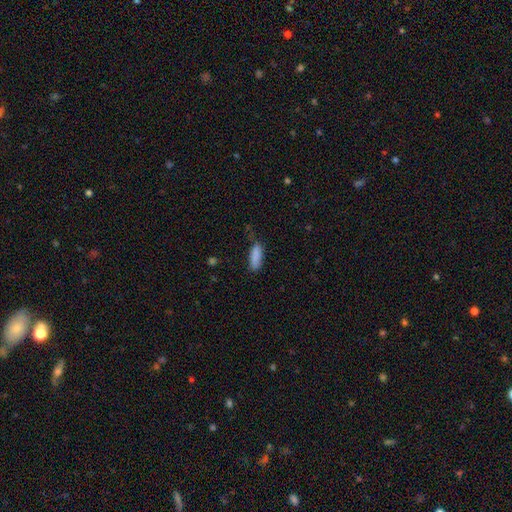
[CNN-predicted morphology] smooth 87%, star or artifact 7%, featured or disk 6%. Down the decision tree: how rounded — in between (63%); merging — none (64%).